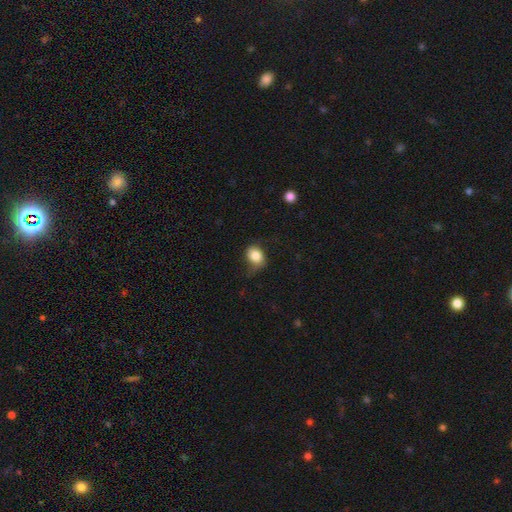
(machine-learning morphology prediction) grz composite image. It shows a smooth galaxy with no disk features (83%) that is in between round and cigar-shaped (58%). Merging: none (53%).